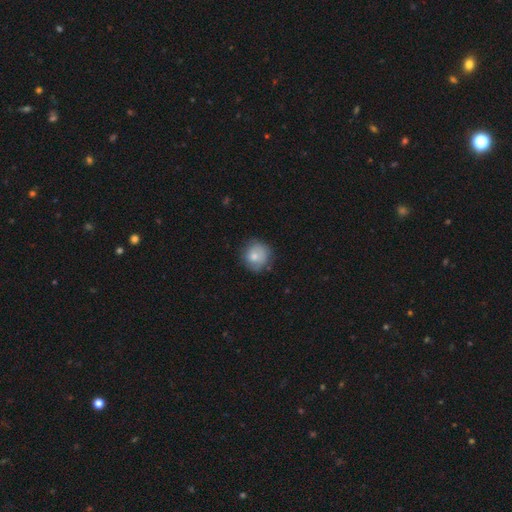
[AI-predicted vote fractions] smooth_or_featured: smooth (p=0.76) [alt: featured or disk p=0.16]
how_rounded: round (p=0.88) [alt: in between p=0.11]
merging: none (p=0.71) [alt: minor disturbance p=0.21]